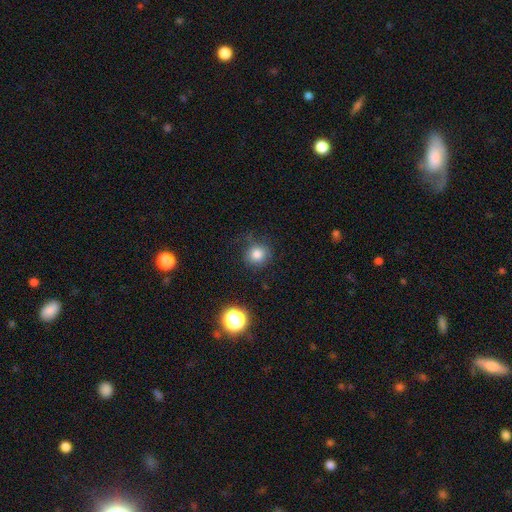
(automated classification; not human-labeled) This is clearly a smooth galaxy (81%). How rounded: clearly round (89%). Merging: likely none (79%).